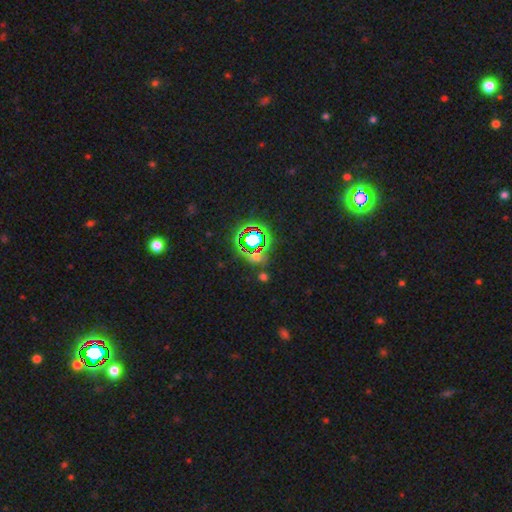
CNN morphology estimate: A star or artifact, not a galaxy (65%).

Vote fractions:
- Smooth or featured? star or artifact: 65% / smooth: 25% / featured or disk: 10%